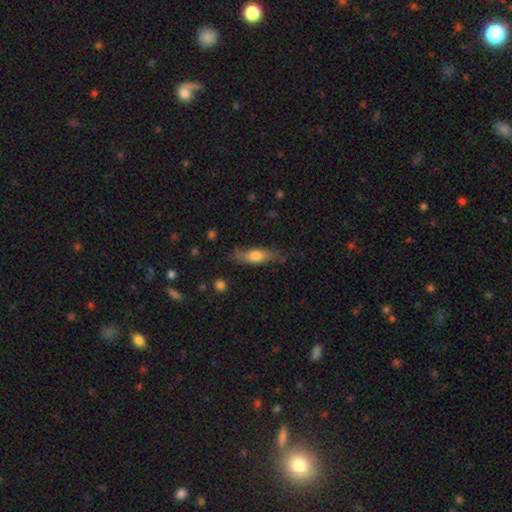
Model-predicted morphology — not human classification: The model was most divided on "how rounded": cigar-shaped: 51%, in between: 46%, round: 3%. More confident: merging — none (71%); smooth or featured — smooth (64%).